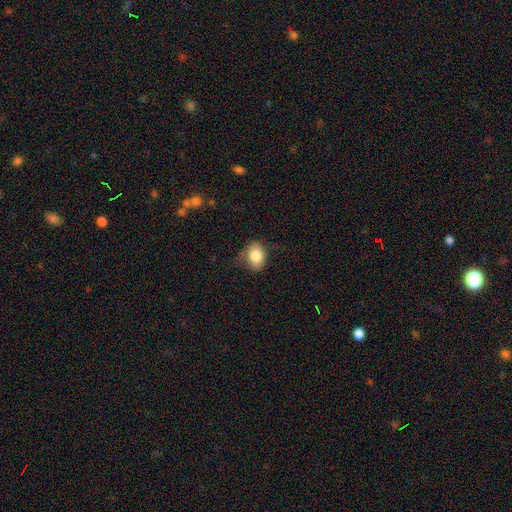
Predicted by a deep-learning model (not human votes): Morphology: type=smooth (81%); roundness=in between (65%); merging=none (66%).